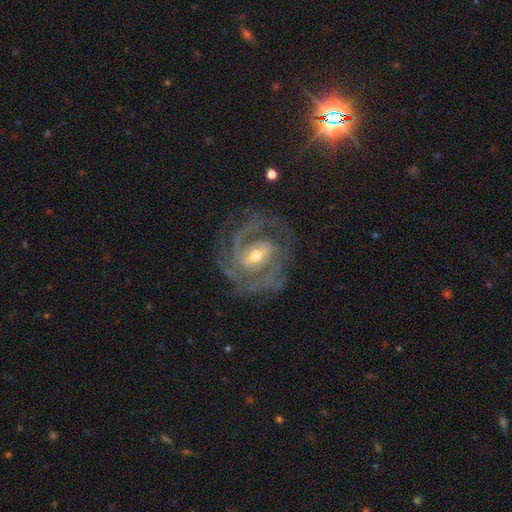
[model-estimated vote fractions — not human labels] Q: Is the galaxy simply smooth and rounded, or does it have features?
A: featured or disk — 88%.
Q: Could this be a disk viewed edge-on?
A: no — 97%.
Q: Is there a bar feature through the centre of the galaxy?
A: weak — 41%.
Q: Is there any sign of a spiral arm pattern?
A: yes — 97%.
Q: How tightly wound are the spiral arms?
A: tight — 55%.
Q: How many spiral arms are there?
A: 2 — 42%.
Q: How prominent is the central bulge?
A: small — 51%.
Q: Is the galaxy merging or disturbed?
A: none — 74%.